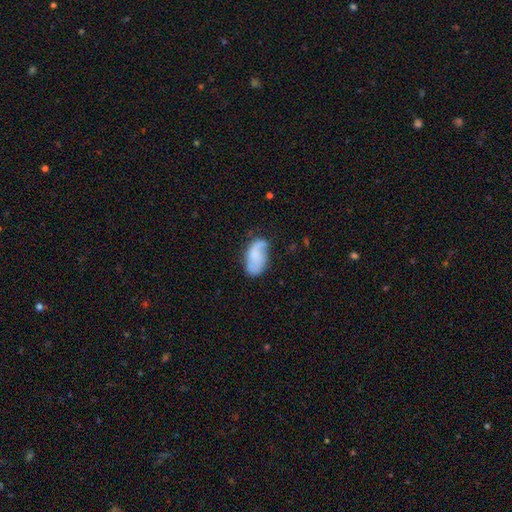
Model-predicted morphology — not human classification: type=smooth (58%); roundness=in between (94%); merging=none (52%).